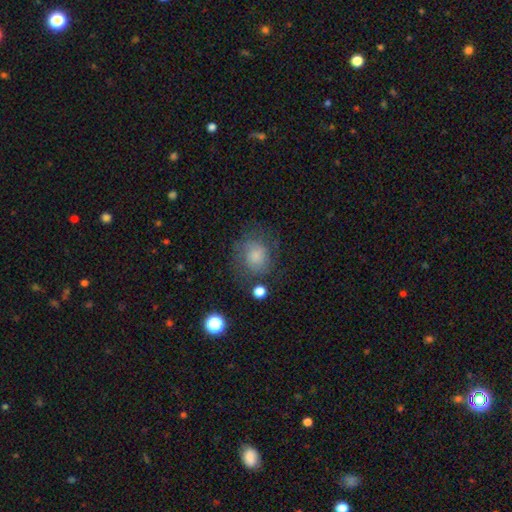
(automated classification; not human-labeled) Q: Smooth or featured?
A: smooth (74%); runner-up: featured or disk (16%)
Q: How rounded?
A: round (77%); runner-up: in between (22%)
Q: Merging?
A: none (61%); runner-up: minor disturbance (21%)